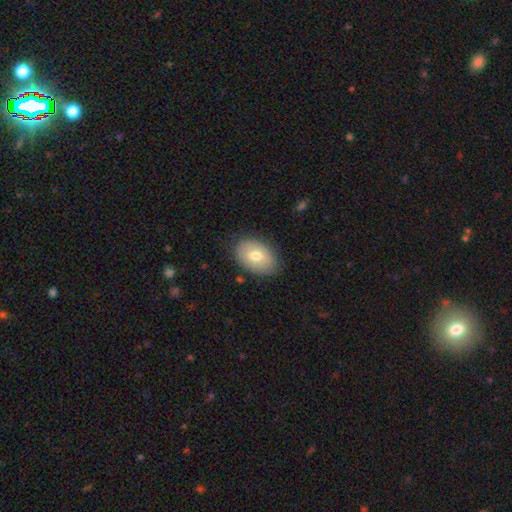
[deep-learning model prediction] Smooth or featured: smooth — 70% (featured or disk — 23%)
How rounded: in between — 86% (round — 13%)
Merging: none — 82% (minor disturbance — 14%)